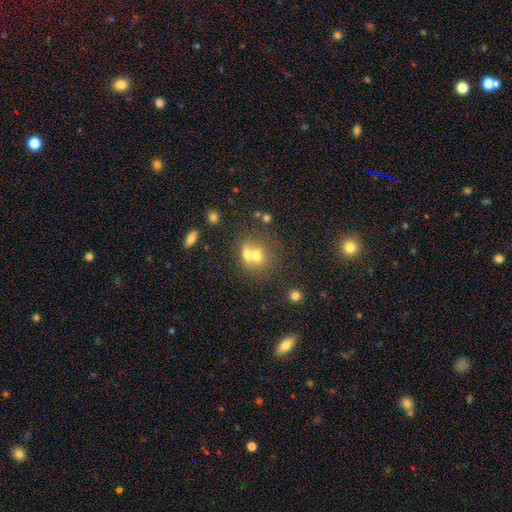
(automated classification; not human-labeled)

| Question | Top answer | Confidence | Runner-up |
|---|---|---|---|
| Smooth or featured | smooth | 64% | featured or disk (23%) |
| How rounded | round | 70% | in between (29%) |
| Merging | merger | 58% | none (31%) |